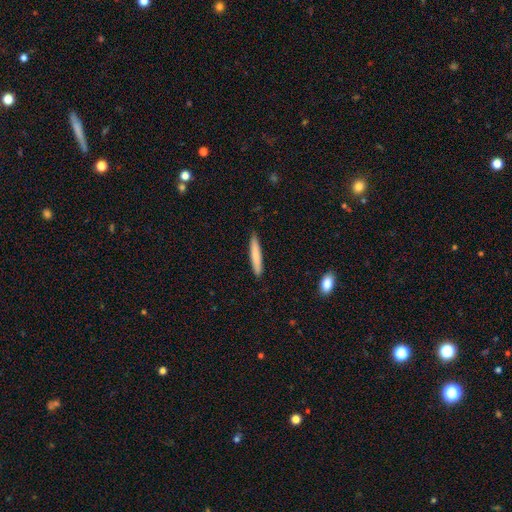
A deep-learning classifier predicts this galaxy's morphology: smooth-or-featured: smooth: 78% | featured or disk: 16% | star or artifact: 6%
  how-rounded: cigar-shaped: 93% | in between: 6% | round: 1%
  merging: none: 87% | minor disturbance: 10% | major disturbance: 2% | merger: 1%